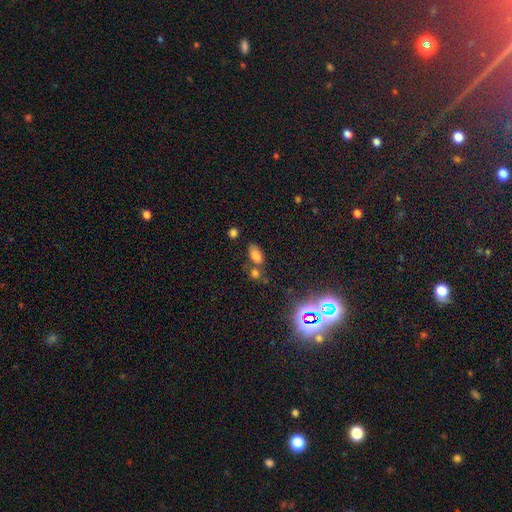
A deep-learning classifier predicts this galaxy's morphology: A smooth galaxy with no disk features (73%) that is in between round and cigar-shaped (89%).

Vote fractions:
- Smooth or featured? smooth: 73% / star or artifact: 19% / featured or disk: 8%
- How rounded? in between: 89% / round: 6% / cigar-shaped: 5%
- Merging? none: 52% / merger: 25% / minor disturbance: 17% / major disturbance: 7%